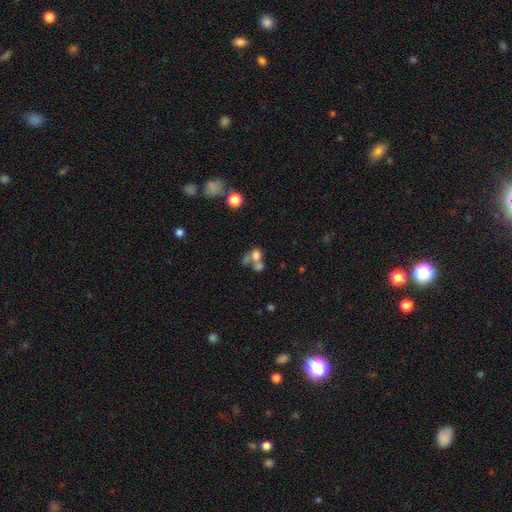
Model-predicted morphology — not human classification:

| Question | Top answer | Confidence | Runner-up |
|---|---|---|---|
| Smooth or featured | smooth | 68% | featured or disk (18%) |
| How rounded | round | 62% | in between (37%) |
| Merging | merger | 56% | none (25%) |